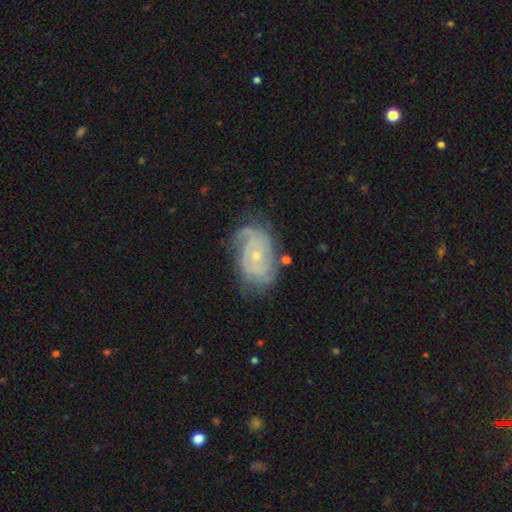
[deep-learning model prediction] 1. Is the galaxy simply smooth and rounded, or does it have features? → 82% featured or disk, 11% smooth, 7% star or artifact.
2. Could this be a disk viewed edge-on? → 97% no, 3% yes.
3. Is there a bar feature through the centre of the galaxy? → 71% no, 24% weak, 5% strong.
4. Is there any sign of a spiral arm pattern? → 94% yes, 6% no.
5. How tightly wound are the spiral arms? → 62% tight, 30% medium, 9% loose.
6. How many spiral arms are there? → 32% 2, 30% can't tell, 20% 3, 7% 4, 6% 1, 5% more than 4.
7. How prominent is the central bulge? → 70% small, 27% moderate, 2% none, 1% large, 1% dominant.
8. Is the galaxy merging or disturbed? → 66% none, 22% minor disturbance, 10% major disturbance, 2% merger.